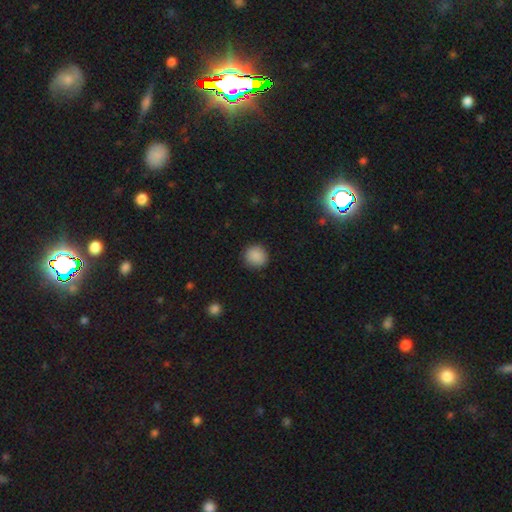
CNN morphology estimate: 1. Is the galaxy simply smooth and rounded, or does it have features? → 89% smooth, 8% star or artifact, 3% featured or disk.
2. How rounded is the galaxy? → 92% round, 7% in between, 1% cigar-shaped.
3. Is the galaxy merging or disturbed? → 90% none, 7% minor disturbance, 2% major disturbance, 1% merger.